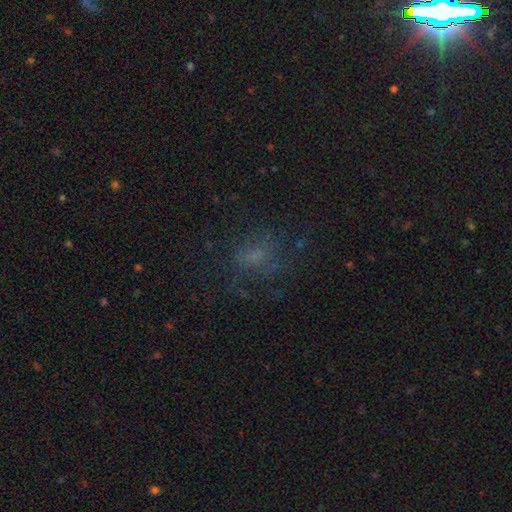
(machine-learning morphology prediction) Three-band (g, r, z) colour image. It shows a smooth galaxy with no disk features (45%). Merging: none (58%).